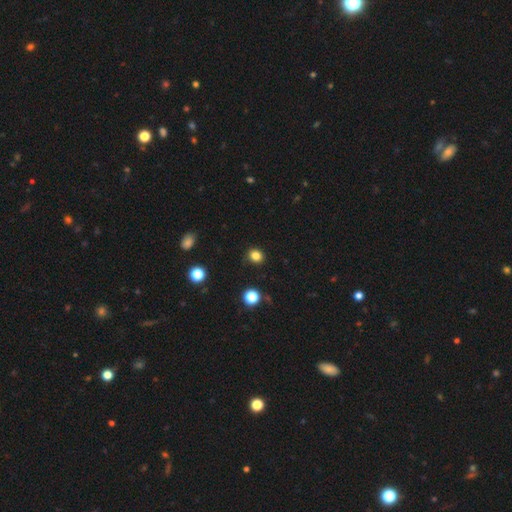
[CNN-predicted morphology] Smooth or featured: smooth — 83% (star or artifact — 13%)
How rounded: round — 76% (in between — 24%)
Merging: none — 89% (minor disturbance — 8%)